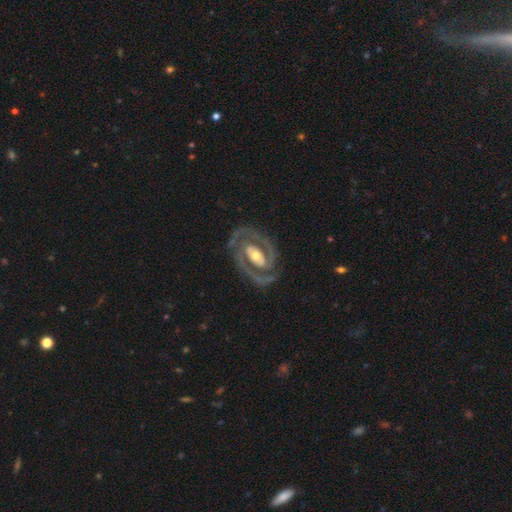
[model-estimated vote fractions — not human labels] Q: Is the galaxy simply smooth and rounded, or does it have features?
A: featured or disk — 91%.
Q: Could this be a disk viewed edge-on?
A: no — 97%.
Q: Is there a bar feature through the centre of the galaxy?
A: no — 34%.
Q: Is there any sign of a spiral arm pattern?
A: yes — 95%.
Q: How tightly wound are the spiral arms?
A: tight — 53%.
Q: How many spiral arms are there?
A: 2 — 88%.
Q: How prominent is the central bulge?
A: moderate — 64%.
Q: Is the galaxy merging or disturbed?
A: none — 78%.